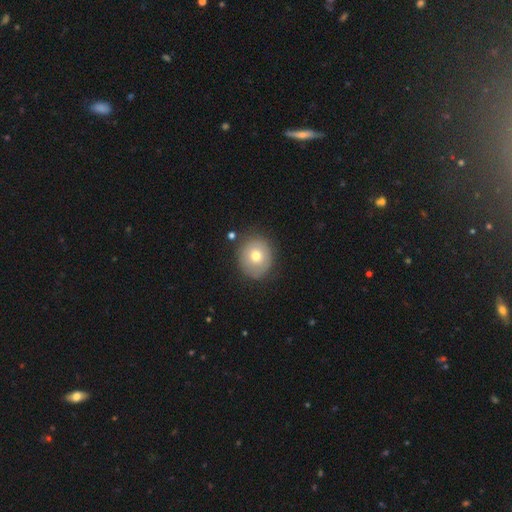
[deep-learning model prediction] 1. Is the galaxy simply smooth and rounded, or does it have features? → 68% smooth, 23% featured or disk, 9% star or artifact.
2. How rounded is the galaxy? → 82% round, 17% in between, 1% cigar-shaped.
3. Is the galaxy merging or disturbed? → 80% none, 13% minor disturbance, 4% major disturbance, 3% merger.